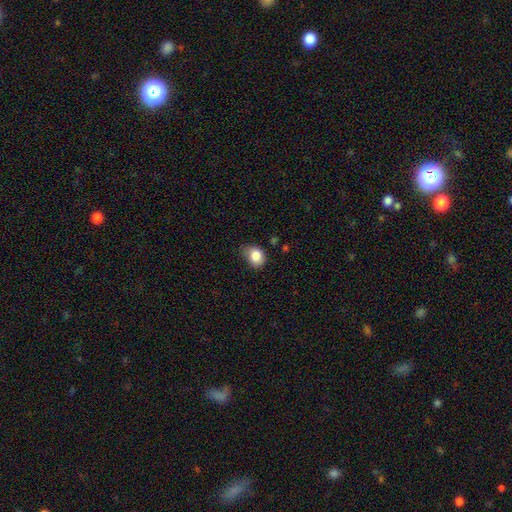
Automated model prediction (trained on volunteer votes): The model was most divided on "how rounded": round: 50%, in between: 49%, cigar-shaped: 1%. More confident: smooth or featured — smooth (85%); merging — none (64%).